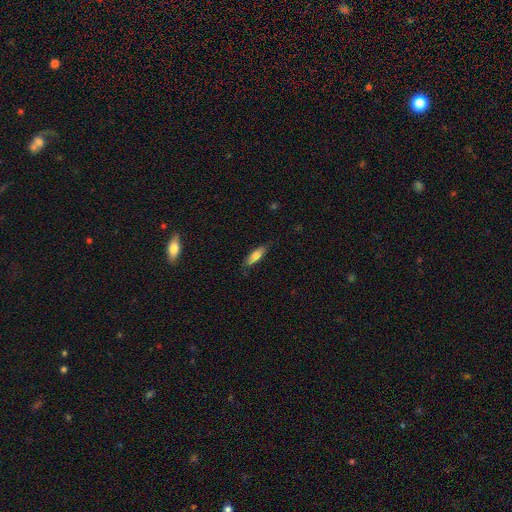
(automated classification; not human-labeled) Smooth or featured: smooth — 71% (featured or disk — 23%)
How rounded: cigar-shaped — 55% (in between — 43%)
Merging: none — 81% (minor disturbance — 15%)